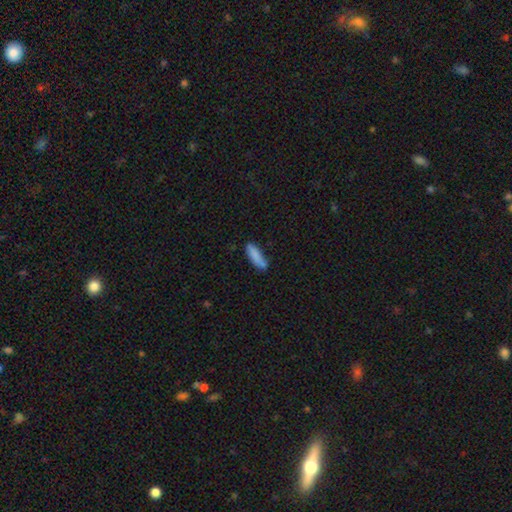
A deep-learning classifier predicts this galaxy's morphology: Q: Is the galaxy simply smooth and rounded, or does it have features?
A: smooth — 84%.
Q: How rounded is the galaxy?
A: cigar-shaped — 59%.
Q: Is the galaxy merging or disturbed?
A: none — 63%.